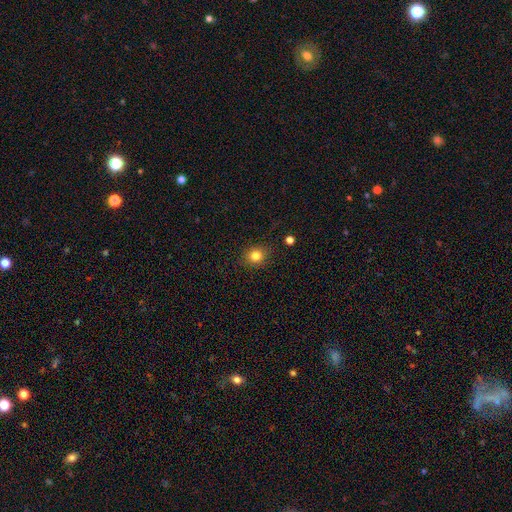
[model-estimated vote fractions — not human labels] smooth_or_featured: smooth (p=0.82) [alt: star or artifact p=0.12]
how_rounded: round (p=0.79) [alt: in between p=0.20]
merging: none (p=0.89) [alt: minor disturbance p=0.08]